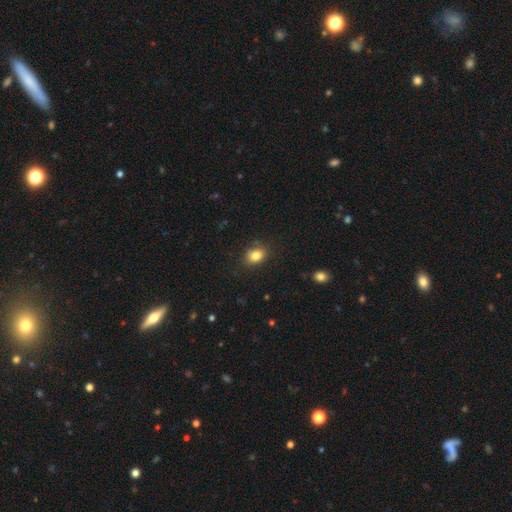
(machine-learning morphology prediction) This is clearly a smooth galaxy (83%). How rounded: likely in between (68%). Merging: clearly none (82%).